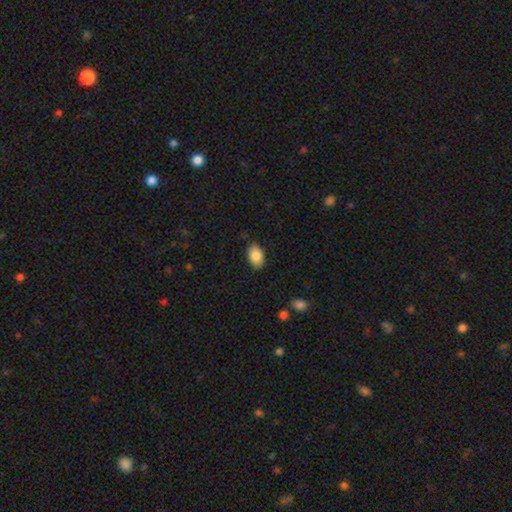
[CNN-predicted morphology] Smooth or featured? smooth (88%)
How rounded? in between (88%)
Merging? none (86%)